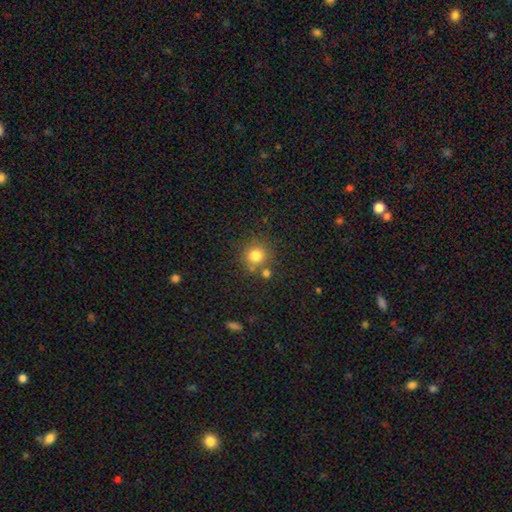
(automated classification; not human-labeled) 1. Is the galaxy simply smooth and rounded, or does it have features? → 80% smooth, 13% star or artifact, 7% featured or disk.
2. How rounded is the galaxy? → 91% round, 8% in between, 1% cigar-shaped.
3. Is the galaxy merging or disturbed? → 74% none, 13% merger, 10% minor disturbance, 4% major disturbance.